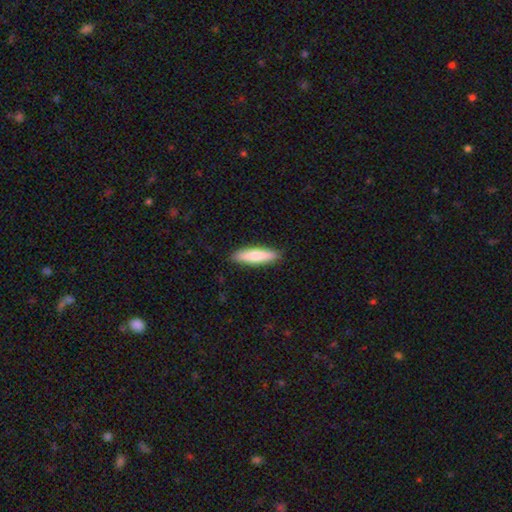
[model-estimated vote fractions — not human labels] smooth 77%, featured or disk 18%, star or artifact 5%. Down the decision tree: how rounded — cigar-shaped (72%); merging — none (90%).